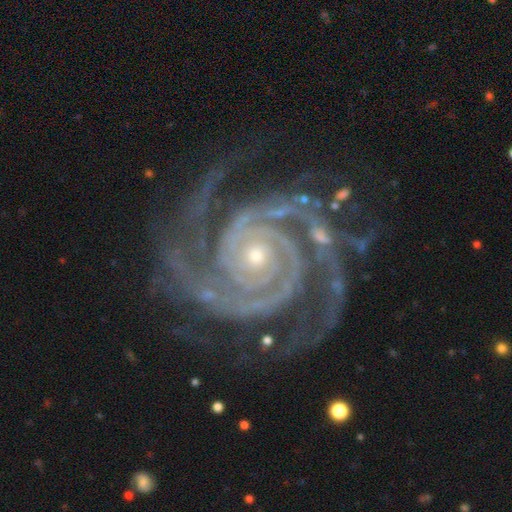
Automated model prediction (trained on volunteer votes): smooth-or-featured: featured or disk: 94% | star or artifact: 5% | smooth: 2%
  disk-edge-on: no: 98% | yes: 2%
    bar: no: 73% | weak: 15% | strong: 11%
    has-spiral-arms: yes: 99% | no: 1%
      spiral-winding: tight: 76% | medium: 21% | loose: 2%
      spiral-arm-count: 2: 56% | 3: 21% | 4: 7% | can't tell: 6% | more than 4: 5% | 1: 5%
    bulge-size: small: 70% | moderate: 26% | large: 2% | none: 1% | dominant: 1%
  merging: none: 74% | minor disturbance: 16% | major disturbance: 8% | merger: 2%